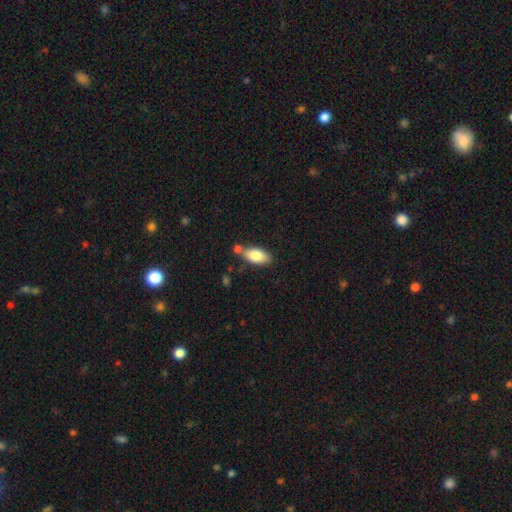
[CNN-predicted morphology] A smooth galaxy with no disk features (82%) that is in between round and cigar-shaped (90%). Merging: none (62%).